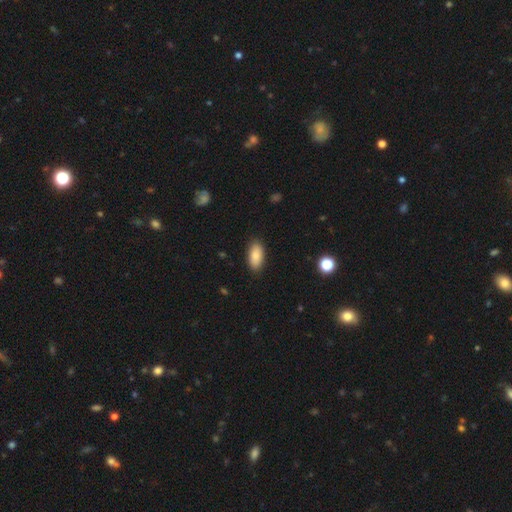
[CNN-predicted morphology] Q: Smooth or featured?
A: smooth (85%); runner-up: featured or disk (8%)
Q: How rounded?
A: in between (91%); runner-up: cigar-shaped (6%)
Q: Merging?
A: none (87%); runner-up: minor disturbance (10%)